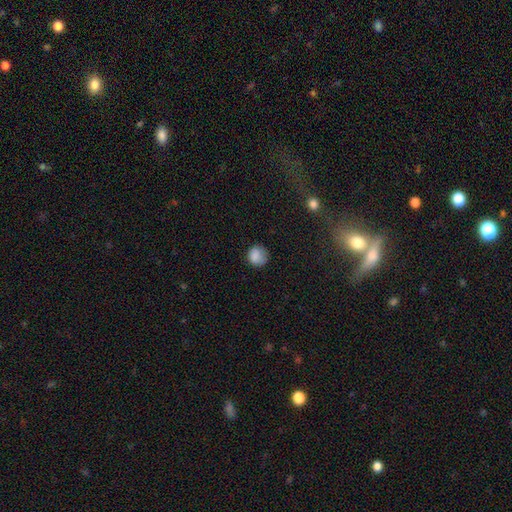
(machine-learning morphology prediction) A smooth galaxy with no disk features (84%) that is round (83%).

Vote fractions:
- Smooth or featured? smooth: 84% / star or artifact: 9% / featured or disk: 6%
- How rounded? round: 83% / in between: 16% / cigar-shaped: 1%
- Merging? none: 71% / minor disturbance: 21% / major disturbance: 6% / merger: 2%